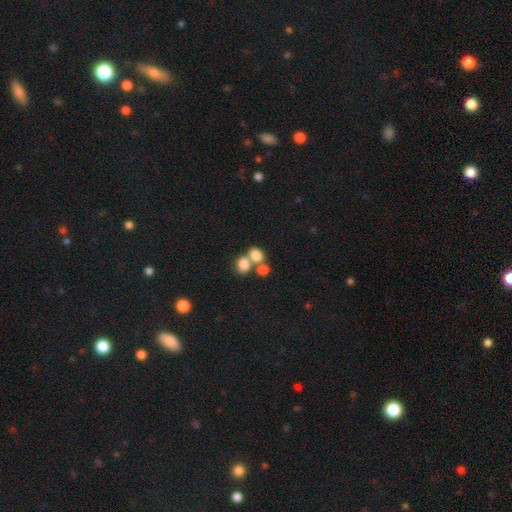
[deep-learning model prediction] Smooth or featured? smooth (77%)
How rounded? in between (54%)
Merging? merger (55%)